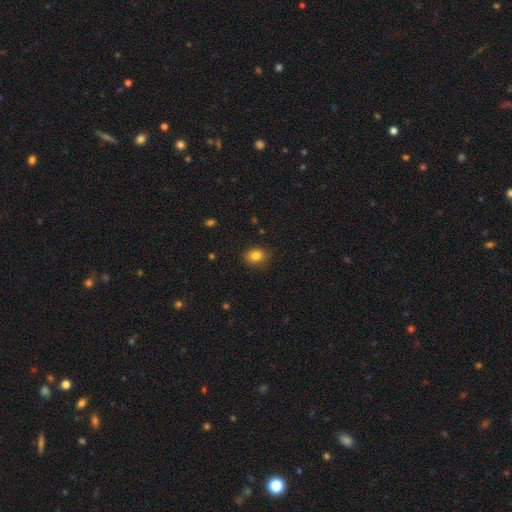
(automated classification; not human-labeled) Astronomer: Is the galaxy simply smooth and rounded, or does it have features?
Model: smooth — 83%.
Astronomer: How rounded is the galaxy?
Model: round — 60% (runner-up: in between, 39%).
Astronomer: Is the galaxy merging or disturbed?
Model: none — 85%.